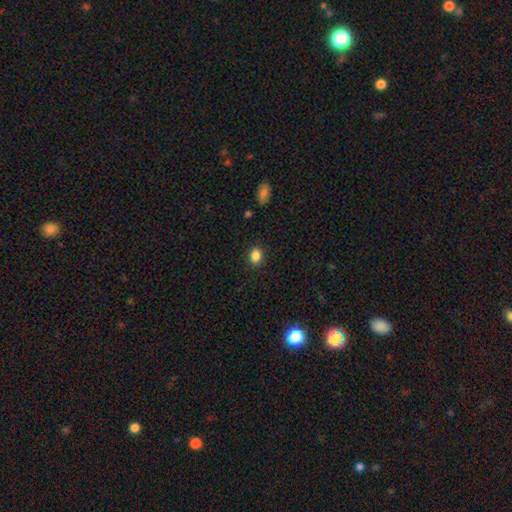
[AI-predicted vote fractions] Smooth or featured: smooth — 85% (star or artifact — 11%)
How rounded: round — 57% (in between — 42%)
Merging: none — 88% (minor disturbance — 8%)